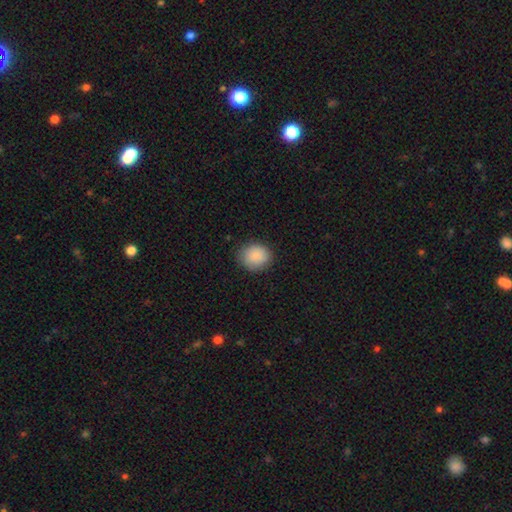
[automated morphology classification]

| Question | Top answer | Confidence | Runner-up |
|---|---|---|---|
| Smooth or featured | smooth | 88% | star or artifact (7%) |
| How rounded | round | 69% | in between (30%) |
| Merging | none | 83% | minor disturbance (13%) |